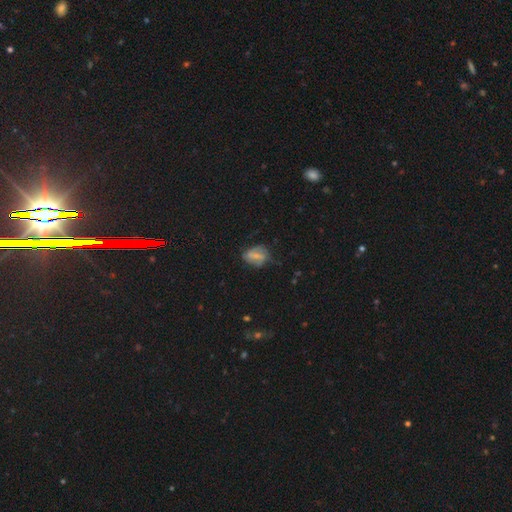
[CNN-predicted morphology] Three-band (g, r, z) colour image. It shows a featured or disk galaxy (56%) with a weak bar (44%), spiral arms (77%) and a small central bulge (46%). Merging: none (58%).